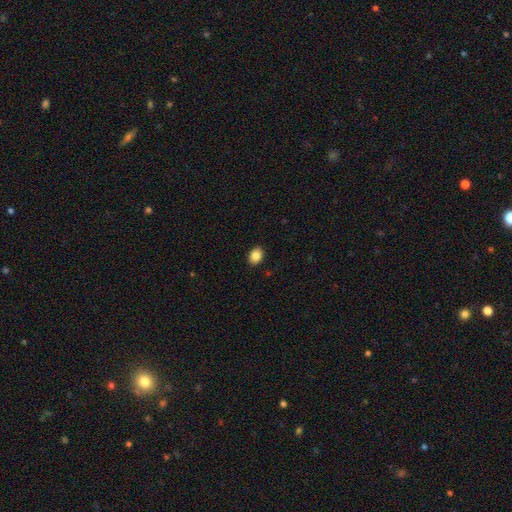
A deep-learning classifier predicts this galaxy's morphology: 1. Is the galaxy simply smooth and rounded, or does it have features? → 87% smooth, 9% star or artifact, 5% featured or disk.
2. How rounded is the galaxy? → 67% in between, 32% round, 1% cigar-shaped.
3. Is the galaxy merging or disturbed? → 90% none, 8% minor disturbance, 2% major disturbance, 1% merger.